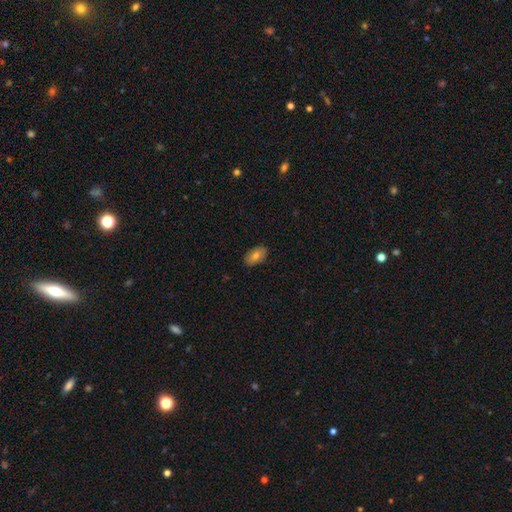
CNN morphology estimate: This is likely a smooth galaxy (75%). How rounded: clearly in between (92%). Merging: clearly none (87%).